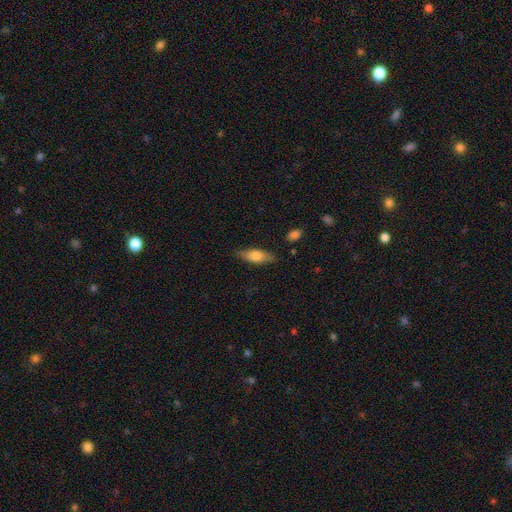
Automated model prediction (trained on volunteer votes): smooth 69%, featured or disk 25%, star or artifact 6%. Down the decision tree: how rounded — in between (68%); merging — none (82%).